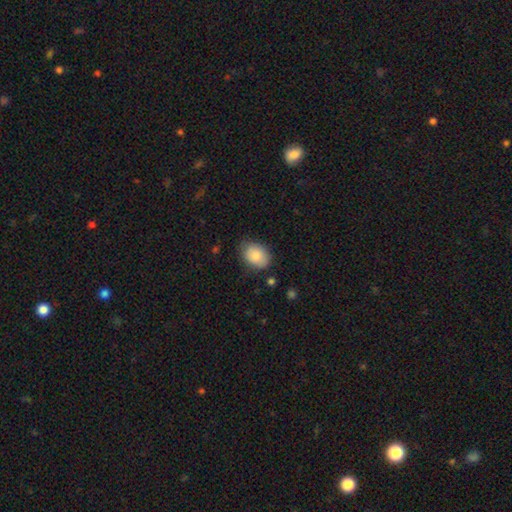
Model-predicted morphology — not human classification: smooth_or_featured: smooth (p=0.86) [alt: star or artifact p=0.07]
how_rounded: in between (p=0.71) [alt: round p=0.28]
merging: none (p=0.75) [alt: minor disturbance p=0.19]